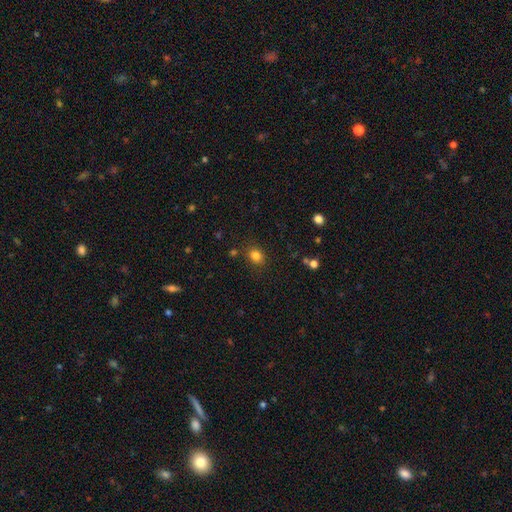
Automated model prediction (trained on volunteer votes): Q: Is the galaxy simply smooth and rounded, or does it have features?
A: smooth — 82%.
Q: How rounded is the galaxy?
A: round — 51%.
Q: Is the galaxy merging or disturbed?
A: none — 82%.